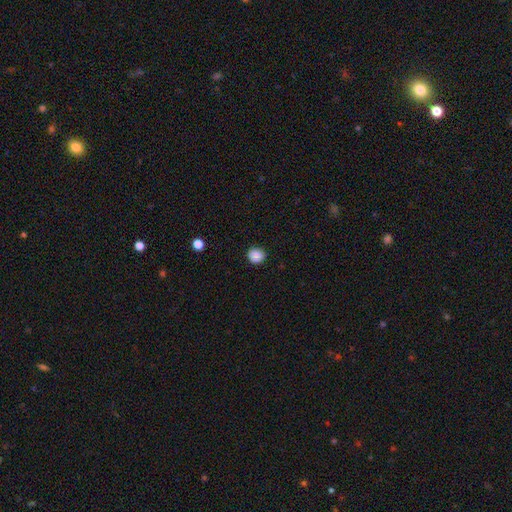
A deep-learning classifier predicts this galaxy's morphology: This is clearly a smooth galaxy (88%). How rounded: clearly round (86%). Merging: clearly none (90%).